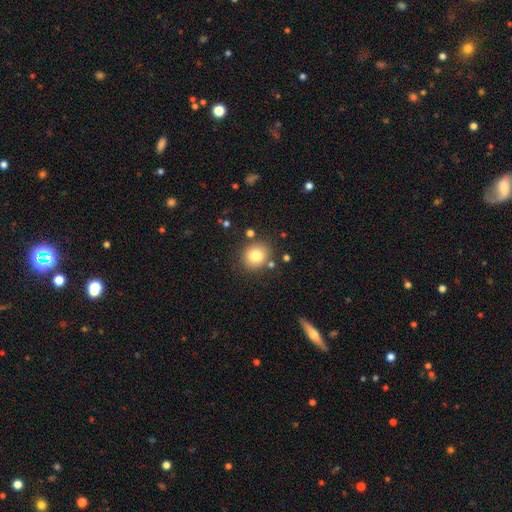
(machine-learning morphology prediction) type=smooth (81%); roundness=round (78%); merging=none (81%).